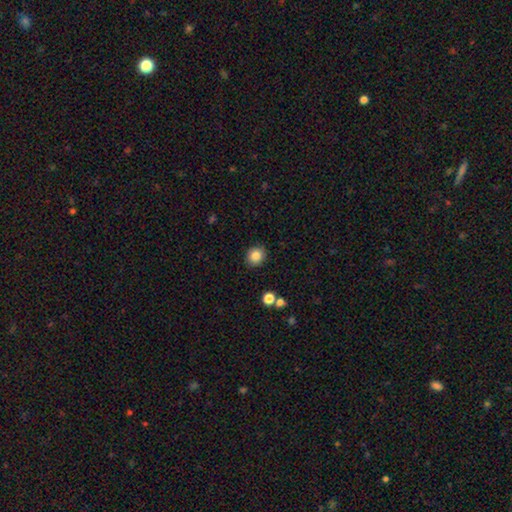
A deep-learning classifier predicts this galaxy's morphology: smooth 84%, star or artifact 10%, featured or disk 6%. Down the decision tree: how rounded — round (82%); merging — none (90%).